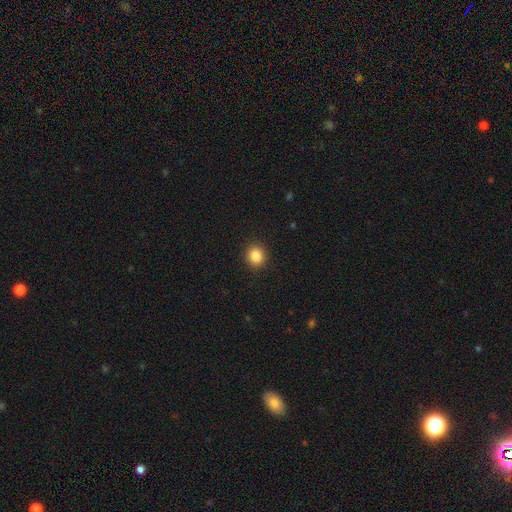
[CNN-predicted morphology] Overall: smooth (86%). How rounded: round (79%). Merging: none (91%).